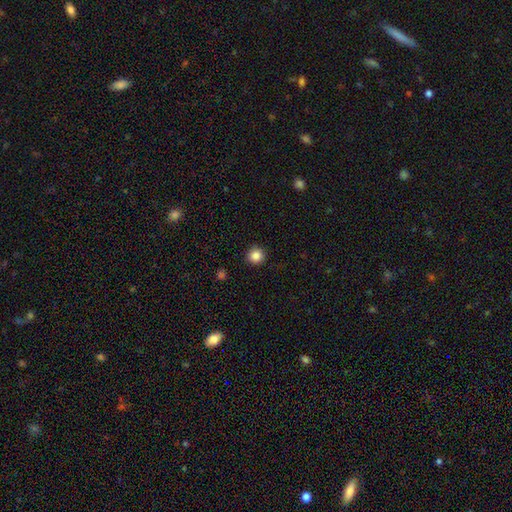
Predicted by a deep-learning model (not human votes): smooth 86%, star or artifact 10%, featured or disk 4%. Down the decision tree: how rounded — round (94%); merging — none (92%).